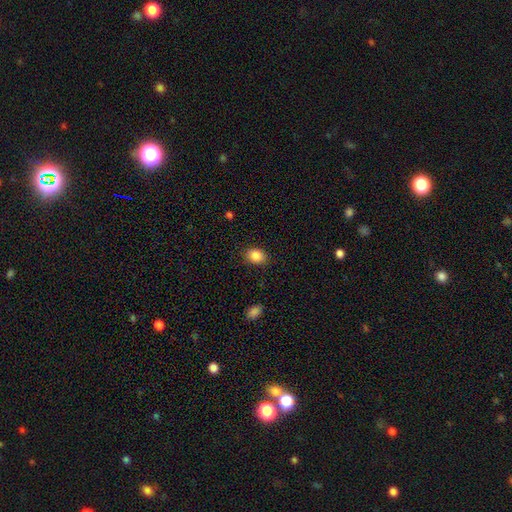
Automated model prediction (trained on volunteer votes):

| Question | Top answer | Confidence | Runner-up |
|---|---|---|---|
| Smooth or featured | smooth | 87% | star or artifact (9%) |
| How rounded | in between | 68% | round (31%) |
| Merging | none | 86% | minor disturbance (10%) |